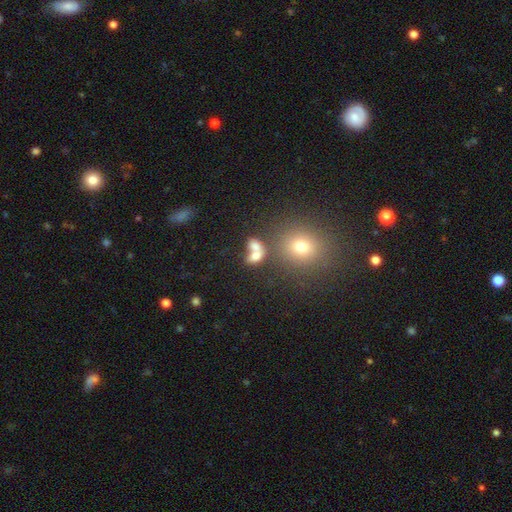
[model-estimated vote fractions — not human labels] smooth-or-featured: smooth: 69% | featured or disk: 17% | star or artifact: 14%
  how-rounded: in between: 65% | round: 32% | cigar-shaped: 3%
  merging: merger: 59% | none: 25% | minor disturbance: 9% | major disturbance: 7%